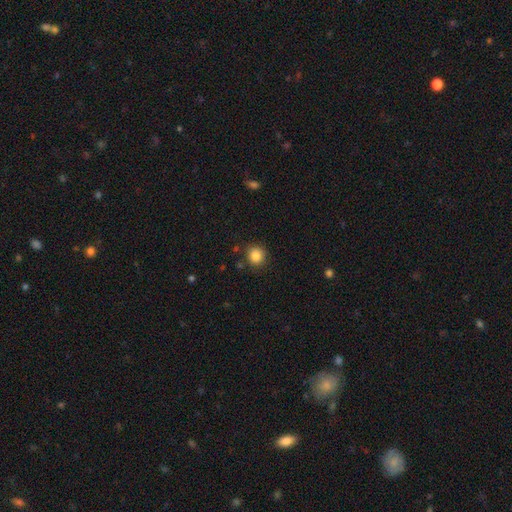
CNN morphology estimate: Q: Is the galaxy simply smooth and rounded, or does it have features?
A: smooth — 85%.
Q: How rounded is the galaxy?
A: round — 89%.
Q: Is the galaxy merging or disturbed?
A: none — 86%.